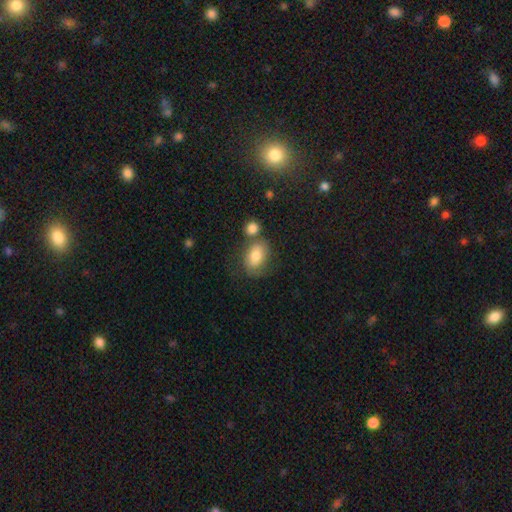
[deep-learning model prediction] Smooth or featured: smooth — 76% (featured or disk — 16%)
How rounded: in between — 82% (round — 16%)
Merging: none — 49% (merger — 22%)